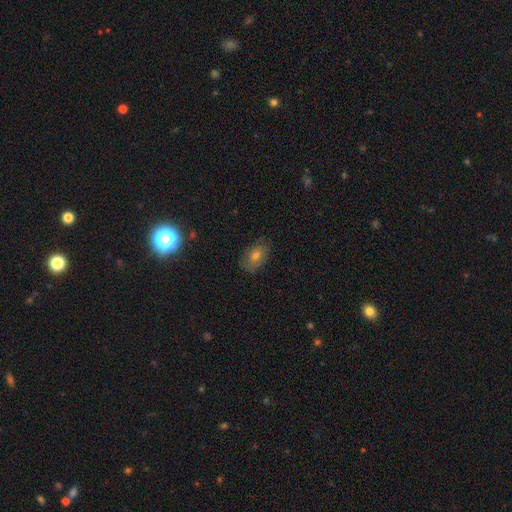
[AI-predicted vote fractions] This is possibly a smooth galaxy (53%). How rounded: likely in between (75%). Merging: likely none (76%).